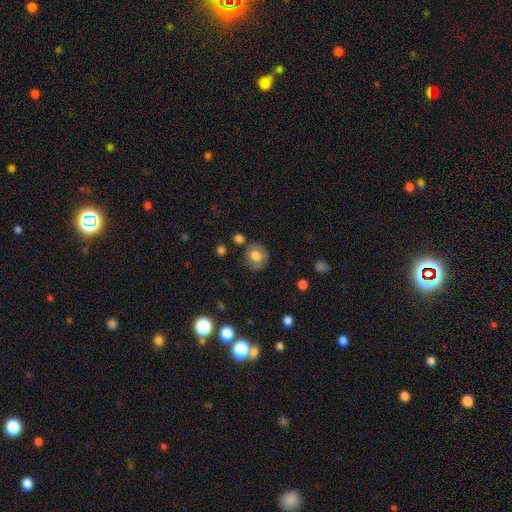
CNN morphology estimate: Overall: smooth (76%). How rounded: round (77%). Merging: none (76%).